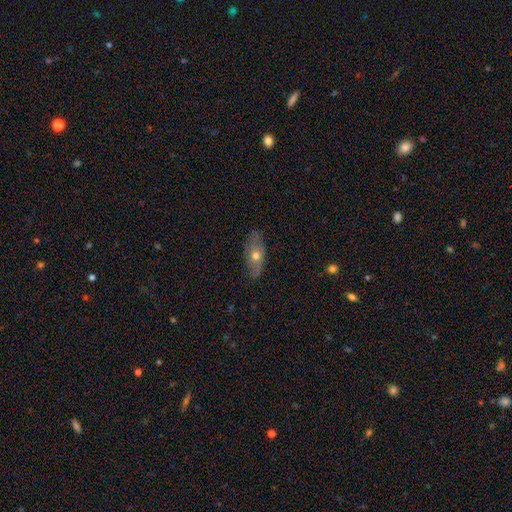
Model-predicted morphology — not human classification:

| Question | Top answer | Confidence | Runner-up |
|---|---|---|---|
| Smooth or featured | smooth | 47% | featured or disk (45%) |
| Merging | none | 79% | minor disturbance (16%) |